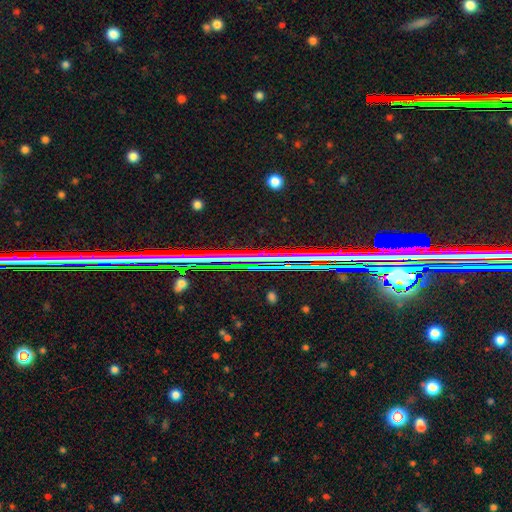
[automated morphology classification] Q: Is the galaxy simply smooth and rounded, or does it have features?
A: star or artifact — 75%.